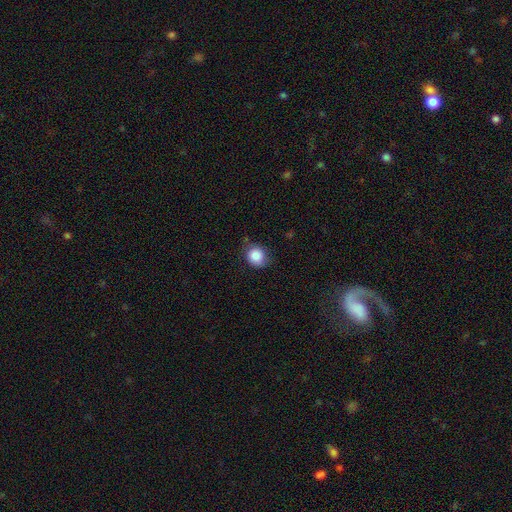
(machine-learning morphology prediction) type=smooth (86%); roundness=round (80%); merging=none (75%).